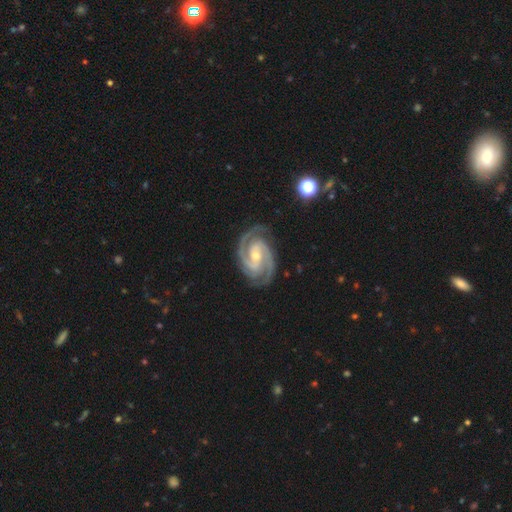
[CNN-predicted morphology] This appears to be a featured or disk galaxy (94%) with a weak bar (39%, tied with no), 2 (70%) tight (62%) spiral arms (99%) and a small central bulge (51%). Merging: none (82%).